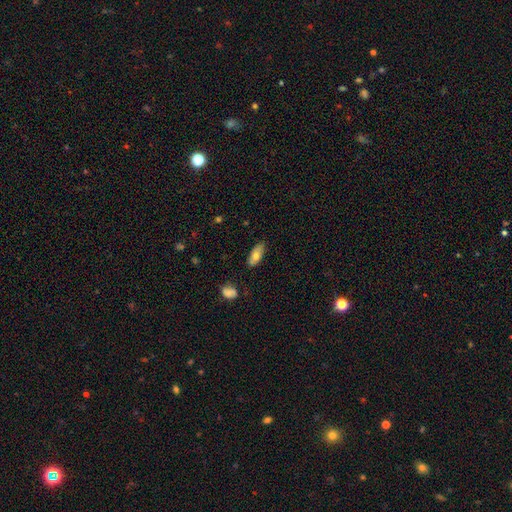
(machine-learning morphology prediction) smooth-or-featured: smooth: 73% | featured or disk: 20% | star or artifact: 7%
  how-rounded: in between: 83% | cigar-shaped: 15% | round: 3%
  merging: none: 79% | minor disturbance: 17% | major disturbance: 3% | merger: 2%